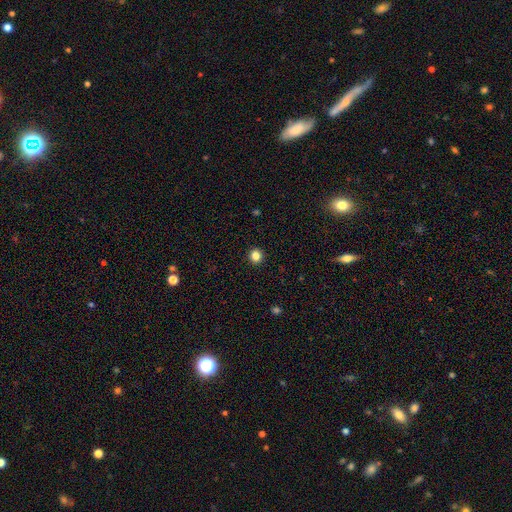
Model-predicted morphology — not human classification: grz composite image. It shows a smooth galaxy with no disk features (85%) that is round (93%). Merging: none (94%).